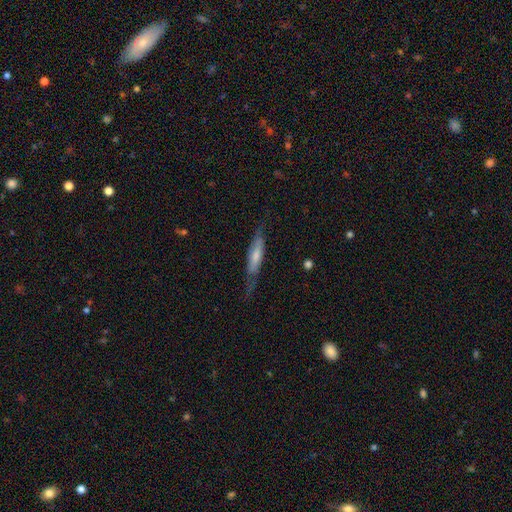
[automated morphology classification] Smooth or featured? Predicted: featured or disk (p=0.50). Merging? Predicted: none (p=0.61).